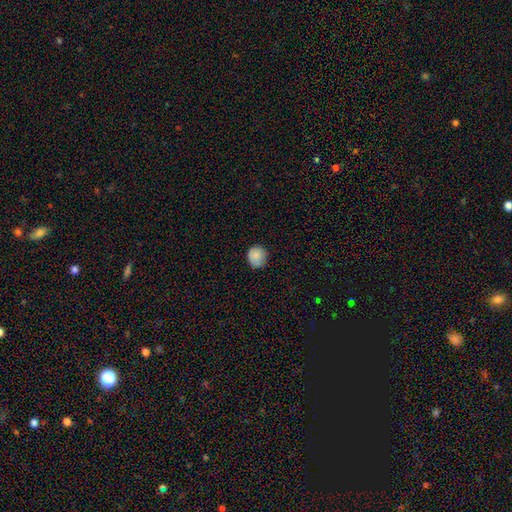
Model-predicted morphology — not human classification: smooth_or_featured: smooth (p=0.86) [alt: star or artifact p=0.08]
how_rounded: round (p=0.85) [alt: in between p=0.14]
merging: none (p=0.80) [alt: minor disturbance p=0.16]